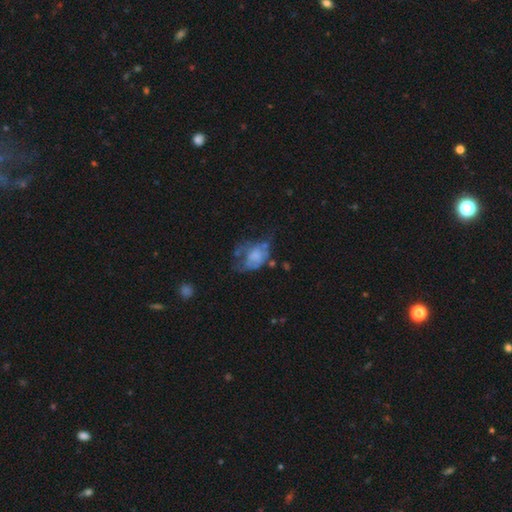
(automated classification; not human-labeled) This is possibly a smooth galaxy (45%). Merging: marginally major disturbance (41%).